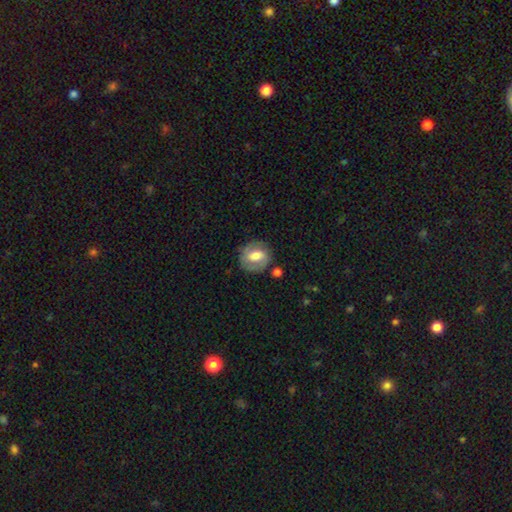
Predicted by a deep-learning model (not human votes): Smooth or featured? Predicted: featured or disk (p=0.49). Merging? Predicted: none (p=0.76).